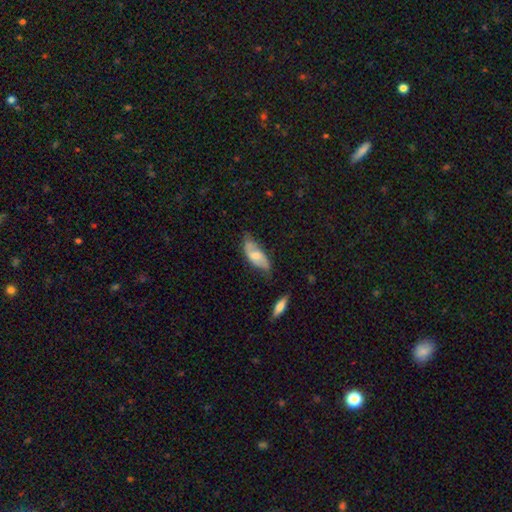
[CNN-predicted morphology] smooth-or-featured: smooth: 50% | featured or disk: 44% | star or artifact: 6%
  how-rounded: in between: 83% | cigar-shaped: 15% | round: 2%
  merging: none: 51% | minor disturbance: 35% | major disturbance: 11% | merger: 4%